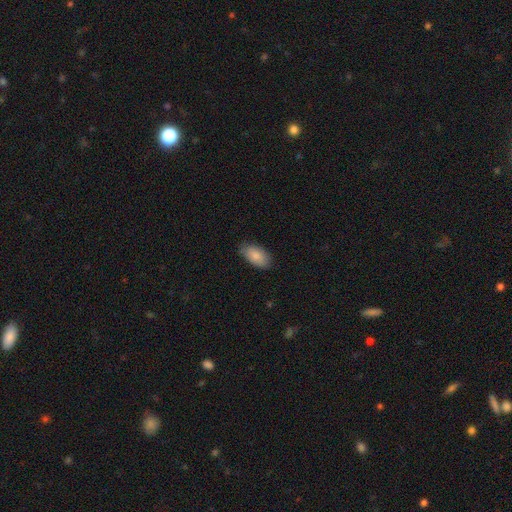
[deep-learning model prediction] The model was most divided on "merging": none: 78%, minor disturbance: 18%, major disturbance: 3%, merger: 1%. More confident: how rounded — in between (94%); smooth or featured — smooth (86%).